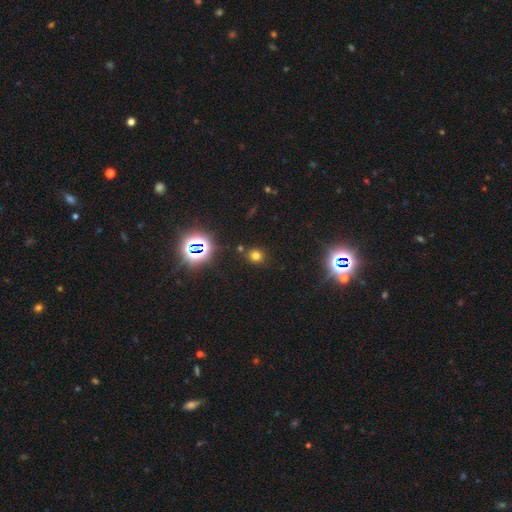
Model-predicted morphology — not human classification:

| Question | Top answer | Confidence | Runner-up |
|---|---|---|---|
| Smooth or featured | smooth | 68% | star or artifact (26%) |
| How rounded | round | 84% | in between (15%) |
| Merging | none | 82% | minor disturbance (9%) |